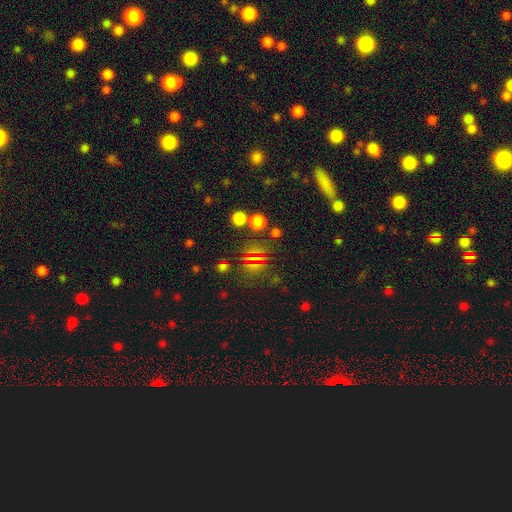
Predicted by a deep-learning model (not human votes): Smooth or featured?
  - star or artifact: 53% *
  - smooth: 34%
  - featured or disk: 13%